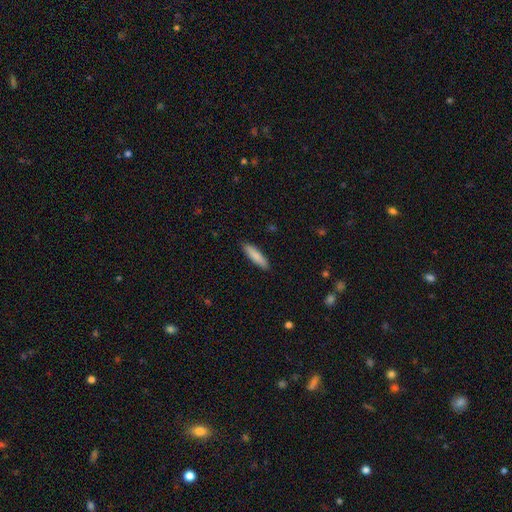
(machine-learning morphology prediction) Smooth or featured? Predicted: smooth (p=0.86). How rounded? Predicted: cigar-shaped (p=0.75). Merging? Predicted: none (p=0.90).